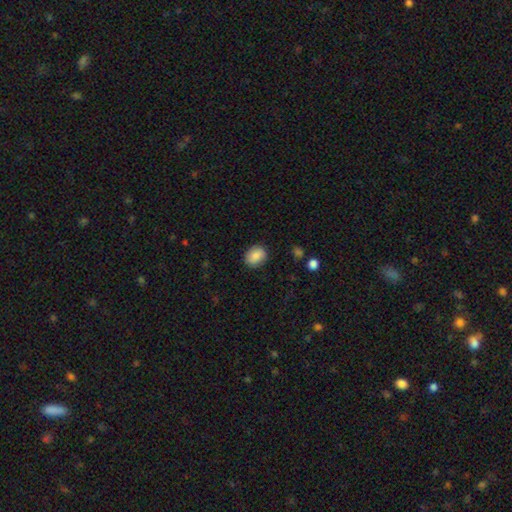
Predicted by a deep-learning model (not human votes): Q: Smooth or featured?
A: smooth (86%); runner-up: star or artifact (8%)
Q: How rounded?
A: in between (54%); runner-up: round (45%)
Q: Merging?
A: none (87%); runner-up: minor disturbance (10%)